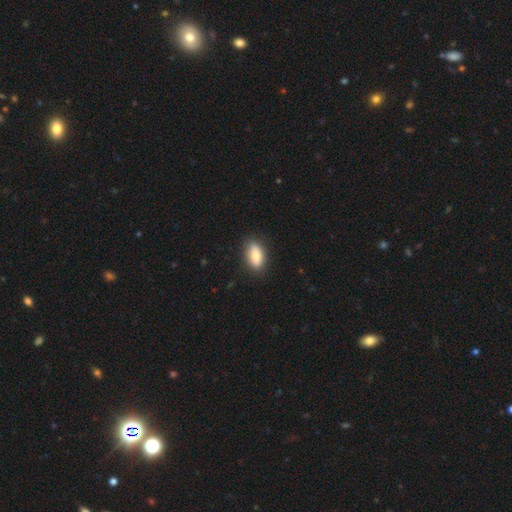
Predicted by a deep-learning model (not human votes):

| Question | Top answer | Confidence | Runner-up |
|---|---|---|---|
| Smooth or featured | smooth | 75% | featured or disk (18%) |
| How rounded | in between | 84% | cigar-shaped (11%) |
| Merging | none | 86% | minor disturbance (11%) |